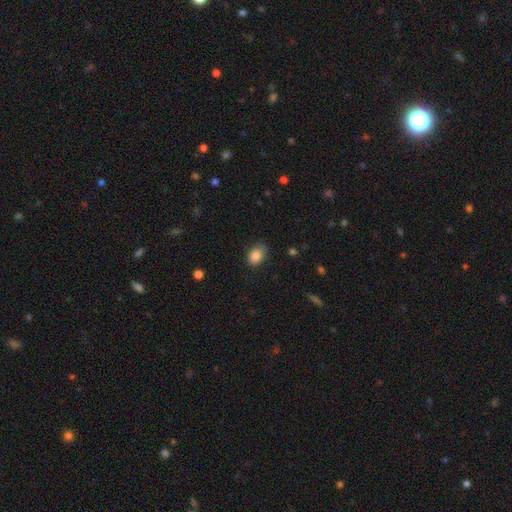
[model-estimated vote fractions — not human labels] The model was most divided on "how rounded": in between: 73%, round: 26%, cigar-shaped: 1%. More confident: smooth or featured — smooth (86%); merging — none (75%).